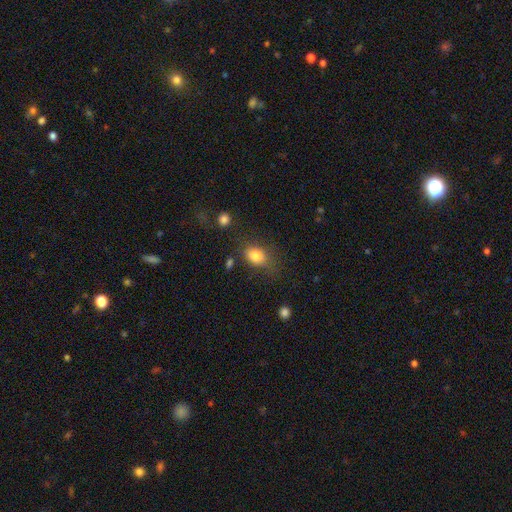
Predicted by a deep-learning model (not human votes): Overall: smooth (81%). How rounded: in between (66%; round 32%). Merging: none (68%).